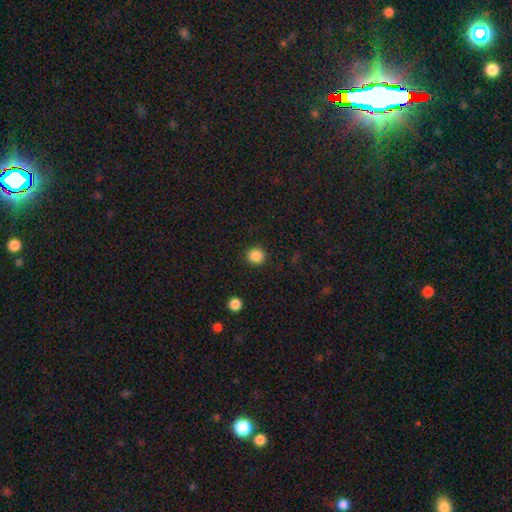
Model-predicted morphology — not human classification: Smooth or featured? smooth (86%)
How rounded? round (89%)
Merging? none (91%)